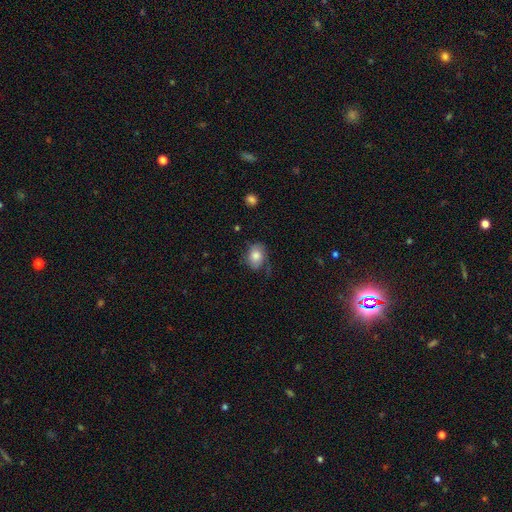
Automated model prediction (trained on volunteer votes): Overall: smooth (67%). How rounded: in between (56%; round 43%). Merging: none (54%; minor disturbance 27%).